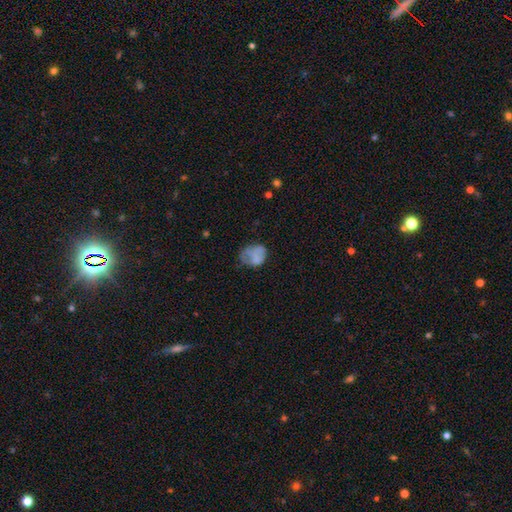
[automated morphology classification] Smooth or featured? Predicted: smooth (p=0.66). How rounded? Predicted: in between (p=0.58). Merging? Predicted: none (p=0.38).